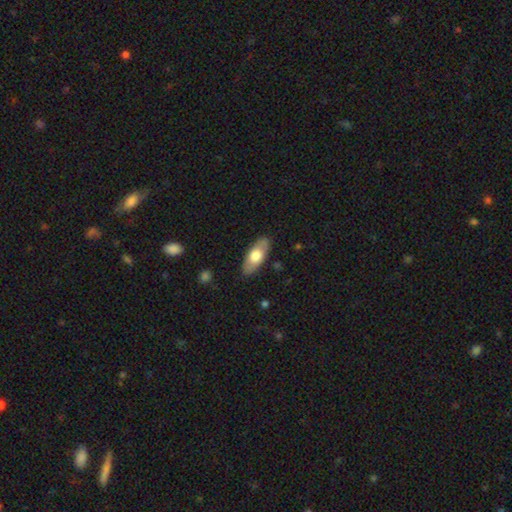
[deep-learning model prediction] A smooth galaxy with no disk features (64%) that is in between round and cigar-shaped (81%).

Vote fractions:
- Smooth or featured? smooth: 64% / featured or disk: 31% / star or artifact: 5%
- How rounded? in between: 81% / cigar-shaped: 16% / round: 3%
- Merging? none: 86% / minor disturbance: 11% / major disturbance: 2% / merger: 1%